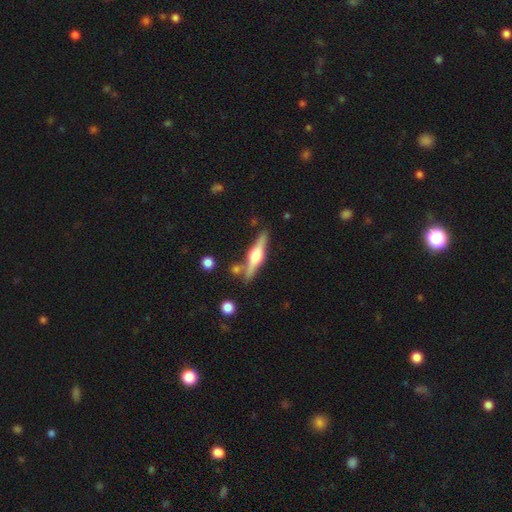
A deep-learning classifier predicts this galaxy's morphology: type=featured or disk (72%); edge-on=yes (97%); edge-on bulge=rounded (93%); merging=none (82%).